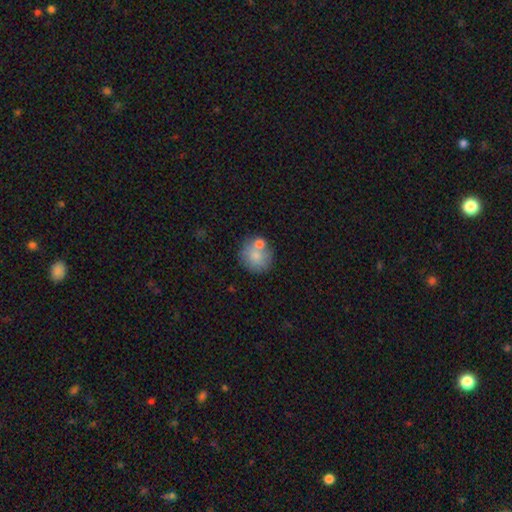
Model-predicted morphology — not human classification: A smooth galaxy with no disk features (75%) that is round (85%). Merging: none (55%).